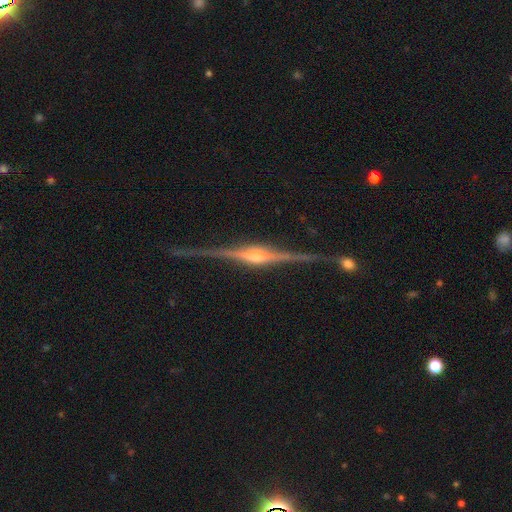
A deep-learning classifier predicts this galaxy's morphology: featured or disk 91%, star or artifact 5%, smooth 4%. Down the decision tree: edge-on disk — yes (98%); edge-on bulge — rounded (83%); merging — none (86%).